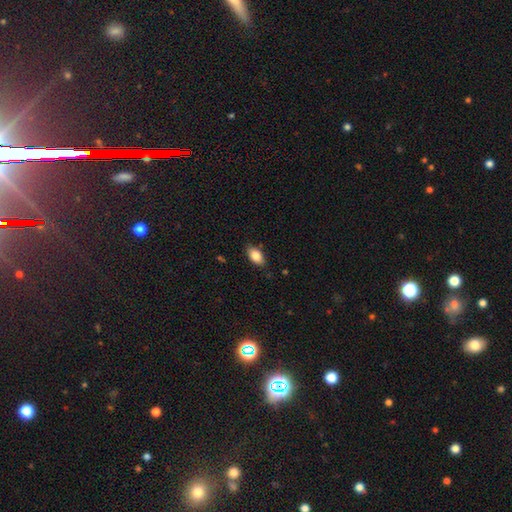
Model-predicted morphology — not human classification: Smooth or featured? Predicted: smooth (p=0.85). How rounded? Predicted: in between (p=0.92). Merging? Predicted: none (p=0.83).